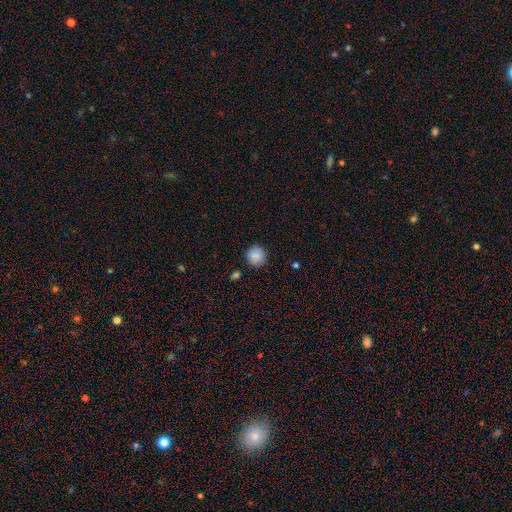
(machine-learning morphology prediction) The model was most divided on "smooth or featured": smooth: 87%, star or artifact: 8%, featured or disk: 5%. More confident: how rounded — round (93%); merging — none (88%).